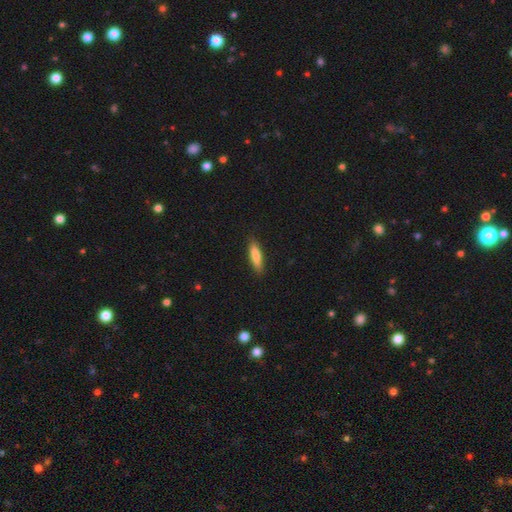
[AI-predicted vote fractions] Overall: smooth (82%). How rounded: cigar-shaped (72%). Merging: none (87%).